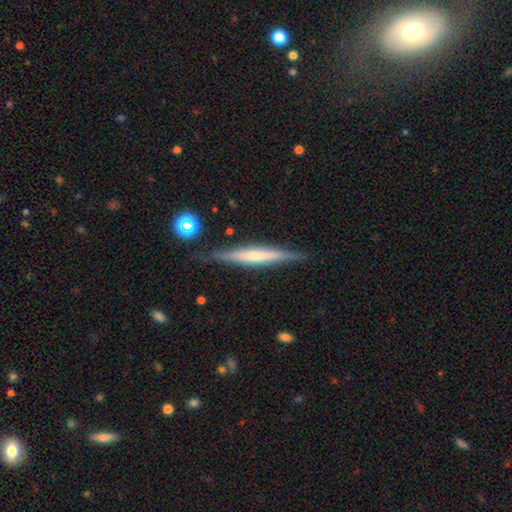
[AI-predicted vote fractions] This appears to be a featured or disk galaxy (61%) viewed edge-on (96%) with no central bulge (43%). Merging: none (85%).